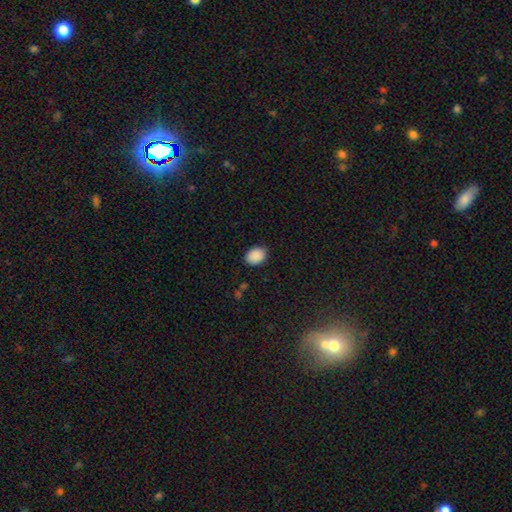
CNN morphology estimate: A smooth galaxy with no disk features (90%) that is in between round and cigar-shaped (68%).

Vote fractions:
- Smooth or featured? smooth: 90% / star or artifact: 8% / featured or disk: 2%
- How rounded? in between: 68% / round: 31% / cigar-shaped: 1%
- Merging? none: 88% / minor disturbance: 9% / major disturbance: 2% / merger: 1%